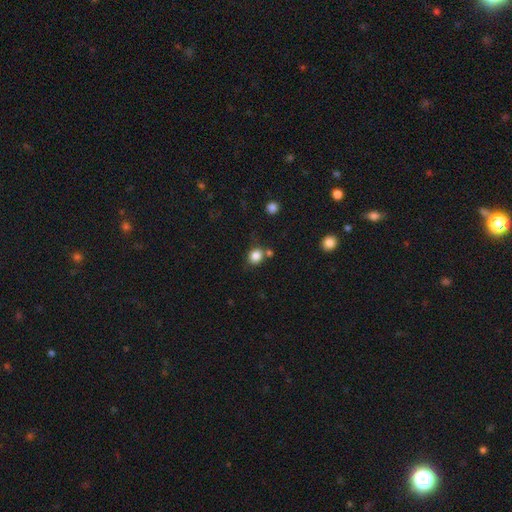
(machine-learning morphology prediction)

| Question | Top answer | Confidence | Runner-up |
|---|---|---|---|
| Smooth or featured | smooth | 84% | star or artifact (11%) |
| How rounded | round | 76% | in between (23%) |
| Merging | none | 71% | minor disturbance (13%) |